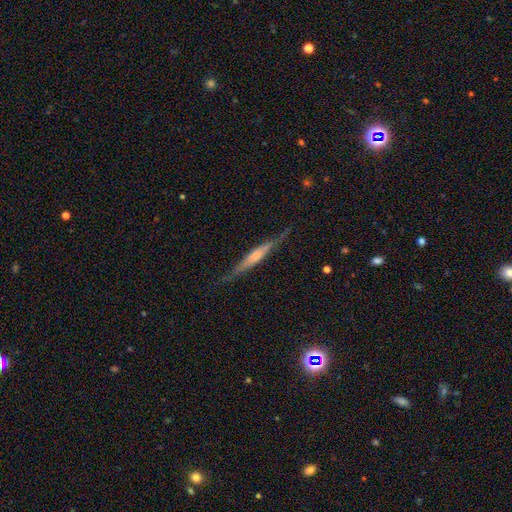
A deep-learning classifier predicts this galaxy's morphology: smooth-or-featured: featured or disk: 64% | smooth: 30% | star or artifact: 6%
  disk-edge-on: yes: 95% | no: 5%
    edge-on-bulge: rounded: 43% | boxy: 30% | none: 27%
  merging: none: 80% | minor disturbance: 15% | major disturbance: 4% | merger: 1%